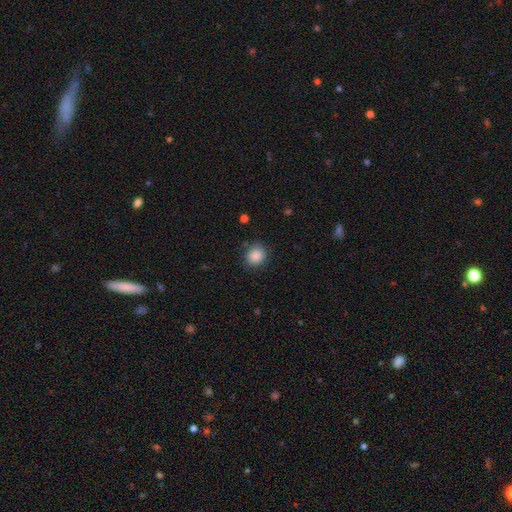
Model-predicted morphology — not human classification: This is clearly a smooth galaxy (88%). How rounded: clearly round (81%). Merging: clearly none (84%).